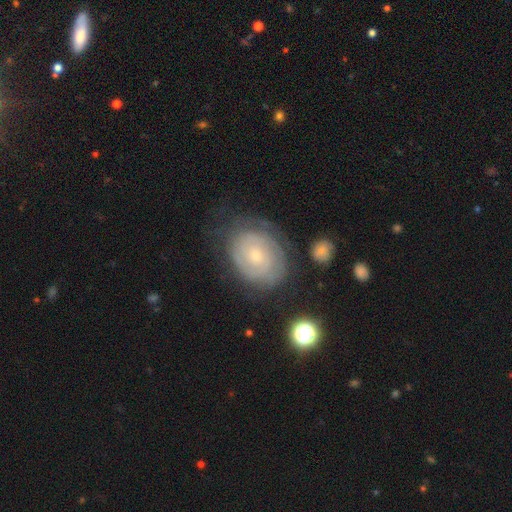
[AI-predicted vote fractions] smooth_or_featured: featured or disk (p=0.68) [alt: smooth p=0.25]
disk_edge_on: no (p=0.97) [alt: yes p=0.03]
bar: no (p=0.81) [alt: weak p=0.17]
has_spiral_arms: yes (p=0.82) [alt: no p=0.18]
spiral_winding: tight (p=0.76) [alt: medium p=0.18]
spiral_arm_count: can't tell (p=0.55) [alt: 2 p=0.23]
bulge_size: small (p=0.68) [alt: moderate p=0.27]
merging: none (p=0.66) [alt: minor disturbance p=0.21]